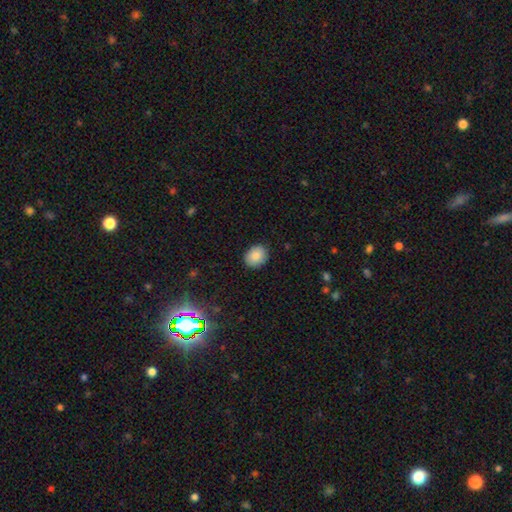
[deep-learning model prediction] Smooth or featured? smooth (86%)
How rounded? round (63%)
Merging? none (87%)